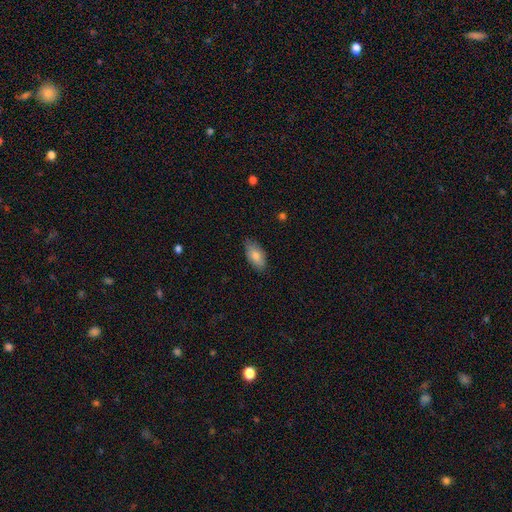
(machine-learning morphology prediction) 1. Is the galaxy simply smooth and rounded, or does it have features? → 80% smooth, 14% featured or disk, 6% star or artifact.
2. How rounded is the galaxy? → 91% in between, 5% cigar-shaped, 3% round.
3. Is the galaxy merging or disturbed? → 81% none, 16% minor disturbance, 3% major disturbance, 1% merger.